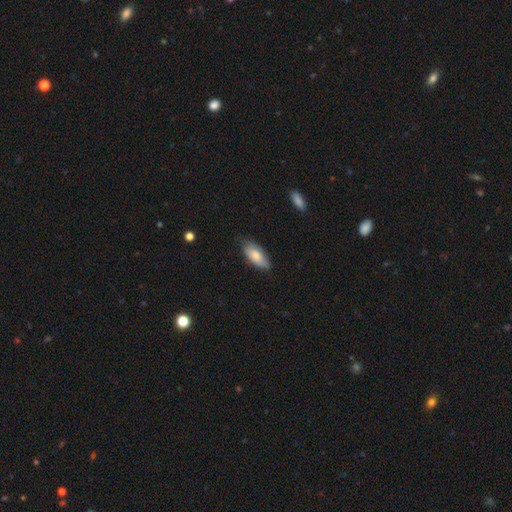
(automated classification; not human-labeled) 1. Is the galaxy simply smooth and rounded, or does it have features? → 77% smooth, 17% featured or disk, 6% star or artifact.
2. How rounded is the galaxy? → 88% in between, 10% cigar-shaped, 2% round.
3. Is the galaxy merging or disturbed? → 73% none, 23% minor disturbance, 3% major disturbance, 1% merger.